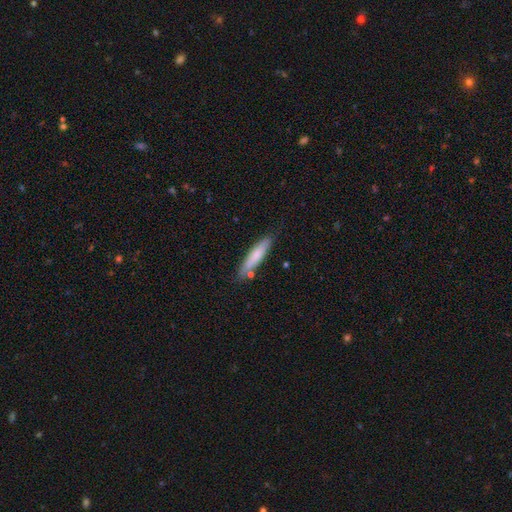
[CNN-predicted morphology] This is likely a smooth galaxy (71%). How rounded: clearly cigar-shaped (87%). Merging: likely none (78%).